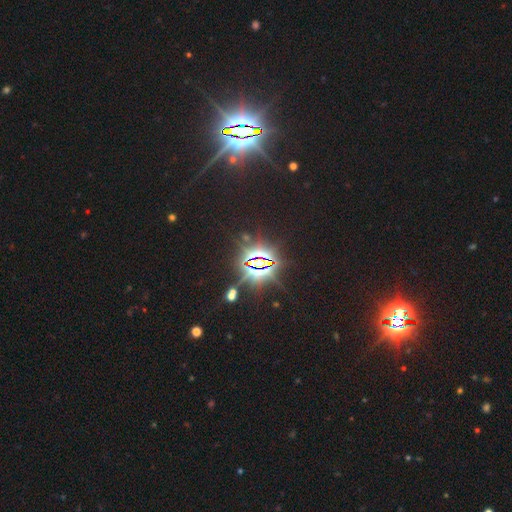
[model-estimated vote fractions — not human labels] A star or artifact, not a galaxy (86%).

Vote fractions:
- Smooth or featured? star or artifact: 86% / featured or disk: 7% / smooth: 7%